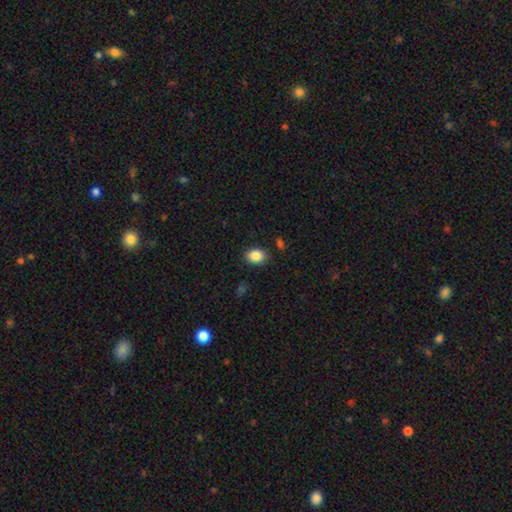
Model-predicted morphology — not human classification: Q: Smooth or featured?
A: smooth (87%); runner-up: star or artifact (8%)
Q: How rounded?
A: in between (63%); runner-up: round (36%)
Q: Merging?
A: none (87%); runner-up: minor disturbance (9%)